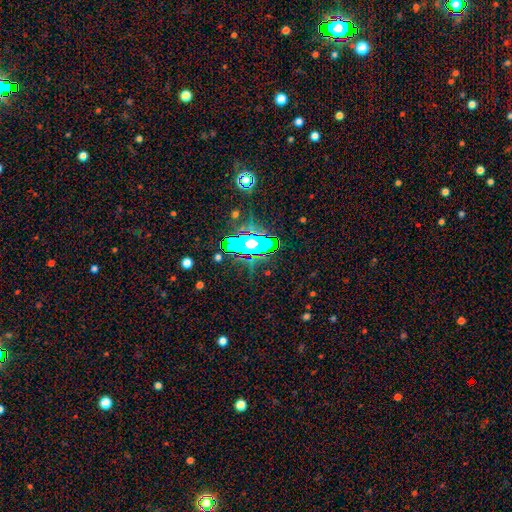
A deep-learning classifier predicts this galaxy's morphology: smooth_or_featured: star or artifact (p=0.62) [alt: smooth p=0.19]